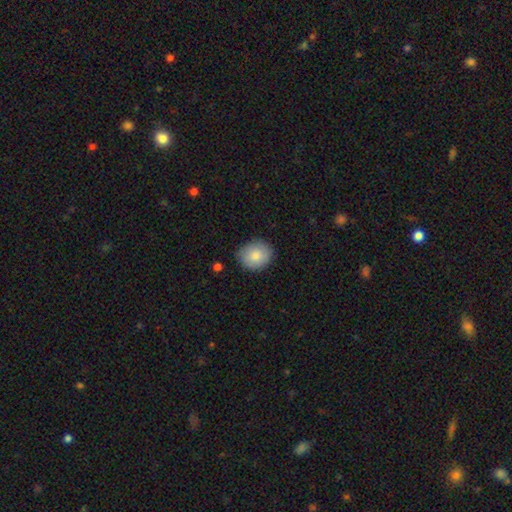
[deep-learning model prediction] A smooth galaxy with no disk features (83%) that is round (65%).

Vote fractions:
- Smooth or featured? smooth: 83% / featured or disk: 10% / star or artifact: 7%
- How rounded? round: 65% / in between: 34% / cigar-shaped: 1%
- Merging? none: 80% / minor disturbance: 15% / major disturbance: 3% / merger: 1%